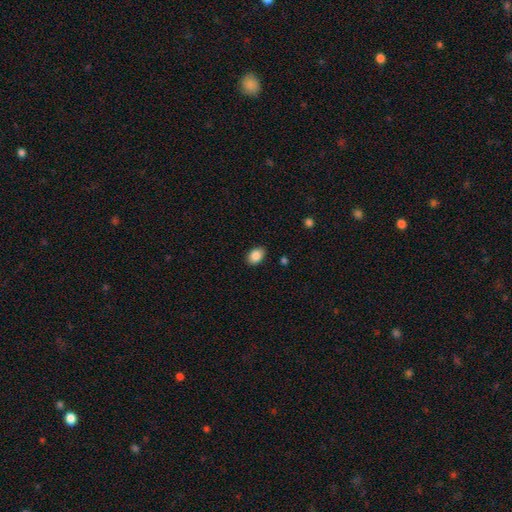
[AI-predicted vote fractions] Smooth or featured? smooth (87%)
How rounded? in between (82%)
Merging? none (86%)